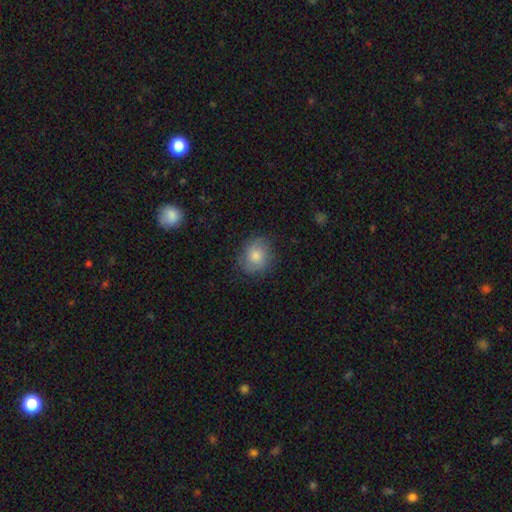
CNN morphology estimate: smooth 74%, featured or disk 17%, star or artifact 9%. Down the decision tree: how rounded — round (74%); merging — none (78%).